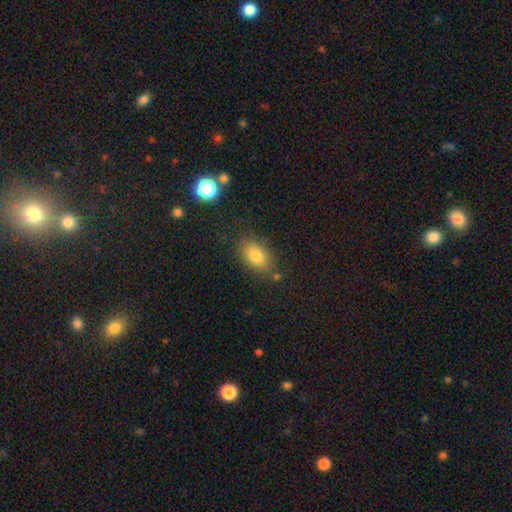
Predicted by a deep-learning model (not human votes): smooth_or_featured: smooth (p=0.80) [alt: featured or disk p=0.10]
how_rounded: in between (p=0.85) [alt: round p=0.13]
merging: none (p=0.80) [alt: minor disturbance p=0.13]